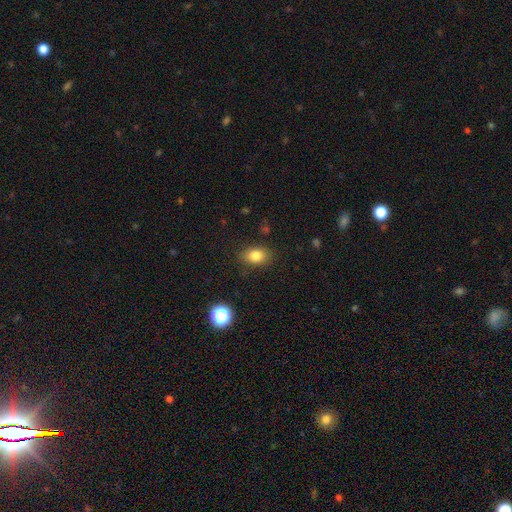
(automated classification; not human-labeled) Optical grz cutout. It shows a smooth galaxy with no disk features (82%) that is in between round and cigar-shaped (75%). Merging: none (85%).